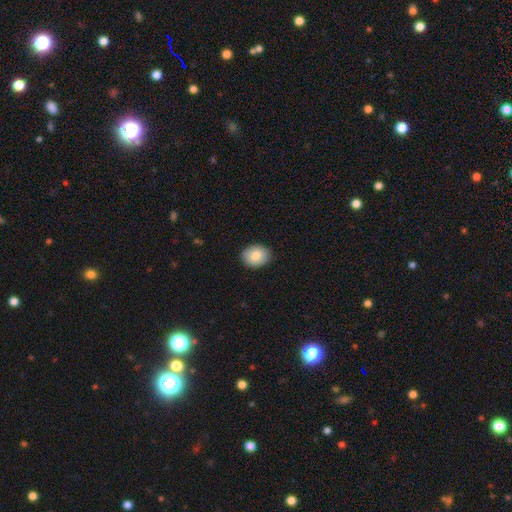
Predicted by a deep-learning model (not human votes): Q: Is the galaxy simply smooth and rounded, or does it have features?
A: smooth — 83%.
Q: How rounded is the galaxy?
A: in between — 56%.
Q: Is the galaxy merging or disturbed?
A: none — 89%.